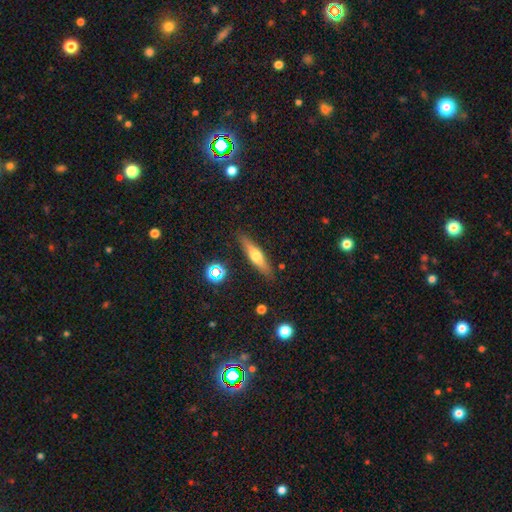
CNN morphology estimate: This appears to be a smooth galaxy with no disk features (50%) that is cigar-shaped (75%). Merging: none (86%).